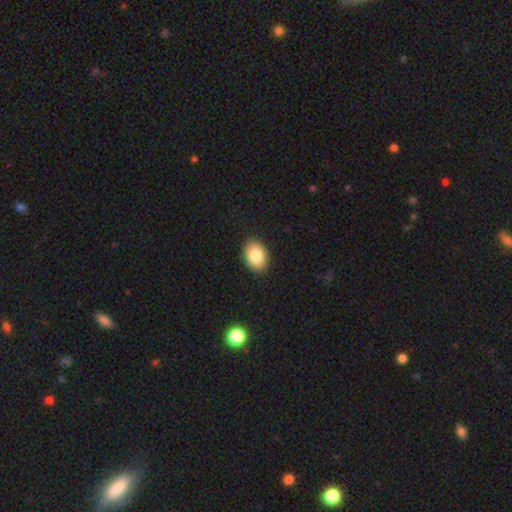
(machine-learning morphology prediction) Overall: smooth (84%). How rounded: in between (79%). Merging: none (89%).